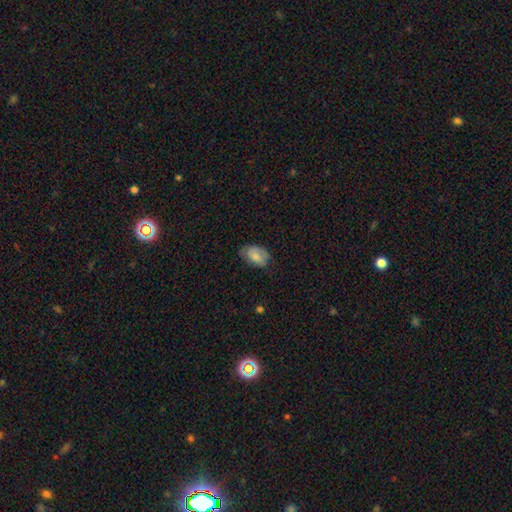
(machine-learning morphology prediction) The model was most divided on "merging": none: 63%, minor disturbance: 28%, major disturbance: 7%, merger: 1%. More confident: how rounded — in between (88%); smooth or featured — smooth (77%).